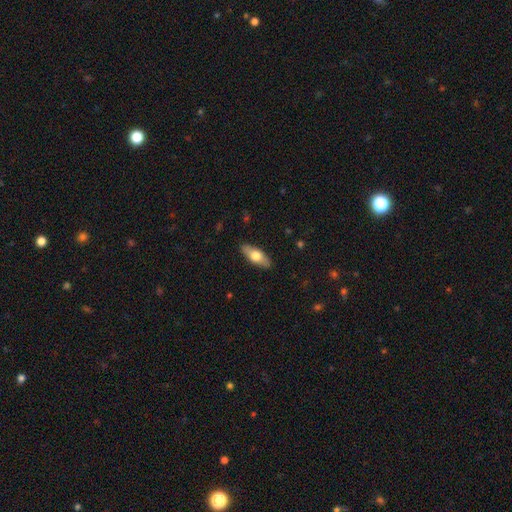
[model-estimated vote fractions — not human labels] Morphology: type=smooth (64%); roundness=in between (74%); merging=none (89%).